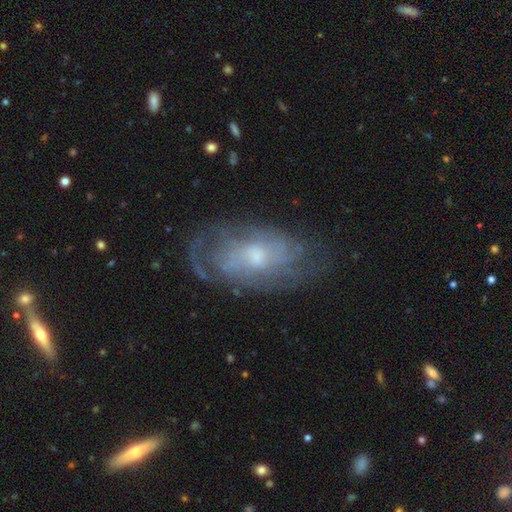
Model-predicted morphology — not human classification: type=featured or disk (76%); edge-on=no (93%); bar=no (70%); spiral arms=yes (82%); winding=tight (54%); arm count=can't tell (56%); bulge=moderate (47%); merging=none (69%).